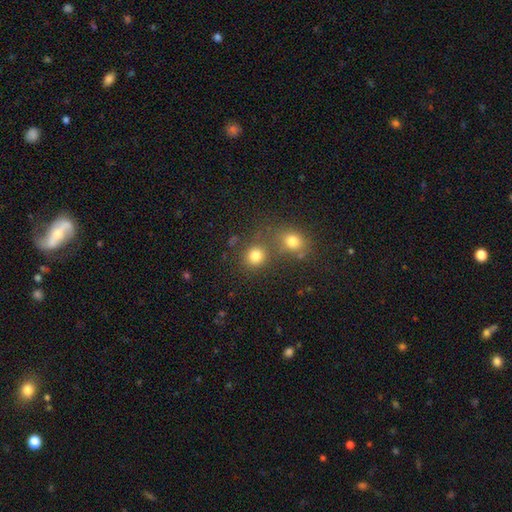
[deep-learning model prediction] The model was most divided on "merging": none: 63%, merger: 26%, minor disturbance: 7%, major disturbance: 3%. More confident: how rounded — round (85%); smooth or featured — smooth (80%).